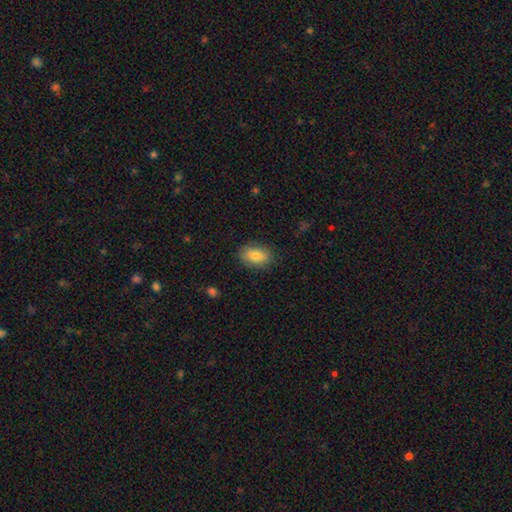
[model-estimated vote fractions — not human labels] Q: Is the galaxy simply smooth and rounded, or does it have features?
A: smooth — 82%.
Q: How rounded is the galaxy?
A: in between — 87%.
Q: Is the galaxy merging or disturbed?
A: none — 84%.